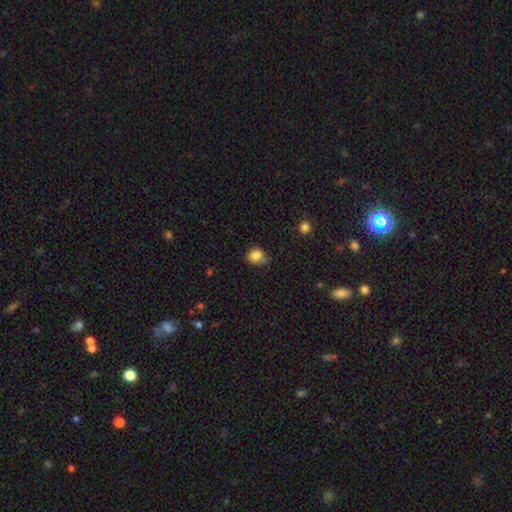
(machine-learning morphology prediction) Smooth or featured? Predicted: smooth (p=0.83). How rounded? Predicted: round (p=0.54). Merging? Predicted: none (p=0.43).